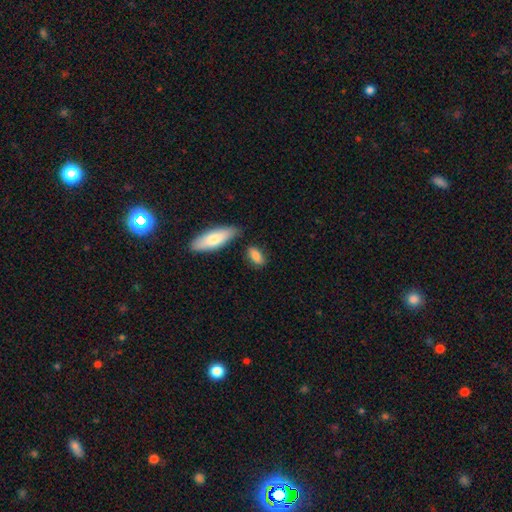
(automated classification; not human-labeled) Smooth or featured: smooth — 81% (featured or disk — 12%)
How rounded: in between — 77% (cigar-shaped — 18%)
Merging: none — 71% (minor disturbance — 17%)